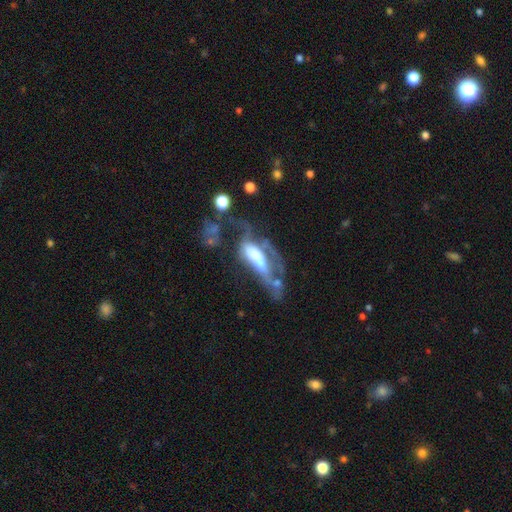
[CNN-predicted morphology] Q: Smooth or featured?
A: featured or disk (62%); runner-up: smooth (28%)
Q: Edge-on disk?
A: no (75%); runner-up: yes (25%)
Q: Merging?
A: major disturbance (48%); runner-up: merger (23%)